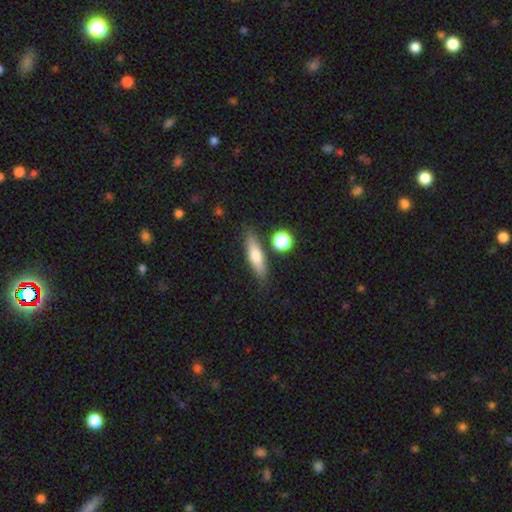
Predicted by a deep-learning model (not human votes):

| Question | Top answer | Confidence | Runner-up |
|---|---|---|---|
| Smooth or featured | smooth | 67% | featured or disk (25%) |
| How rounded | cigar-shaped | 62% | in between (34%) |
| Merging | none | 81% | minor disturbance (11%) |